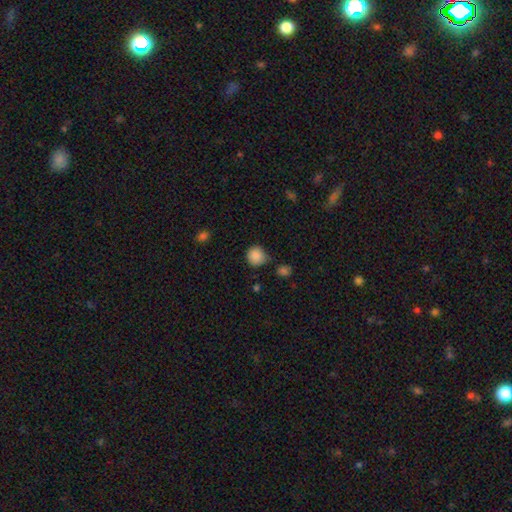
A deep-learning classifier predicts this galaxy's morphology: This appears to be a smooth galaxy with no disk features (87%) that is round (88%). Merging: none (66%).